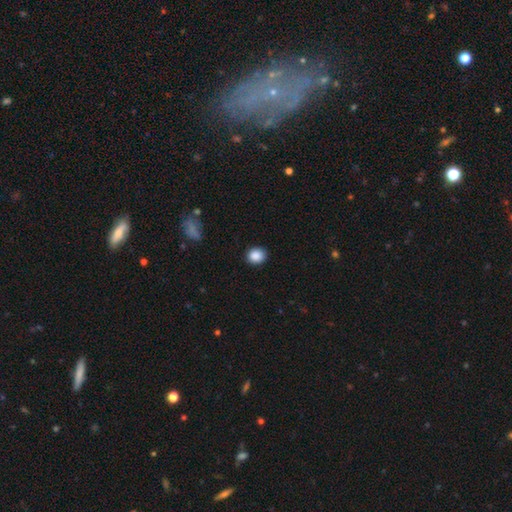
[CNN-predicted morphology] This appears to be a smooth galaxy with no disk features (88%) that is round (74%). Merging: none (89%).